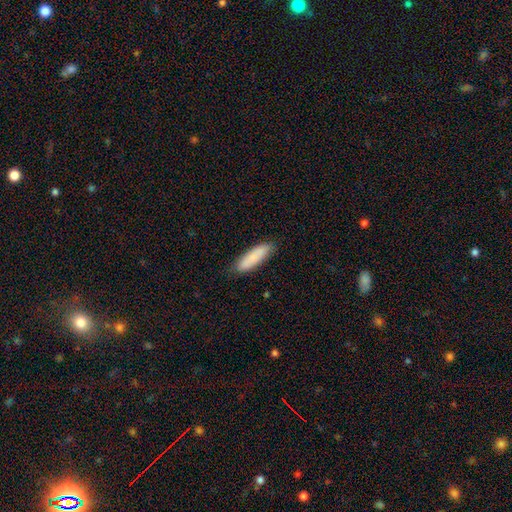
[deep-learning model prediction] Morphology: type=smooth (83%); roundness=cigar-shaped (57%); merging=none (83%).